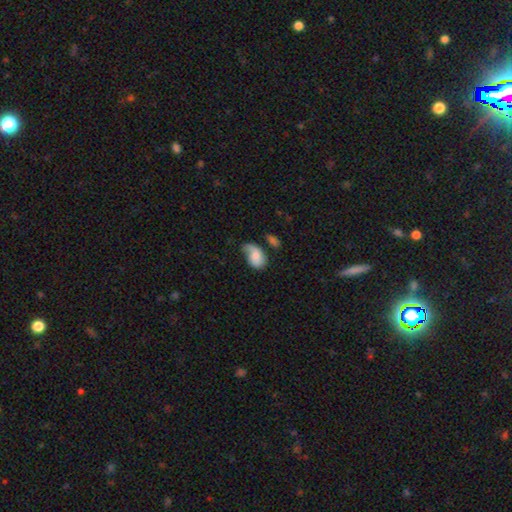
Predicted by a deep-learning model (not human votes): Smooth or featured? Predicted: smooth (p=0.60). How rounded? Predicted: in between (p=0.83). Merging? Predicted: minor disturbance (p=0.34).